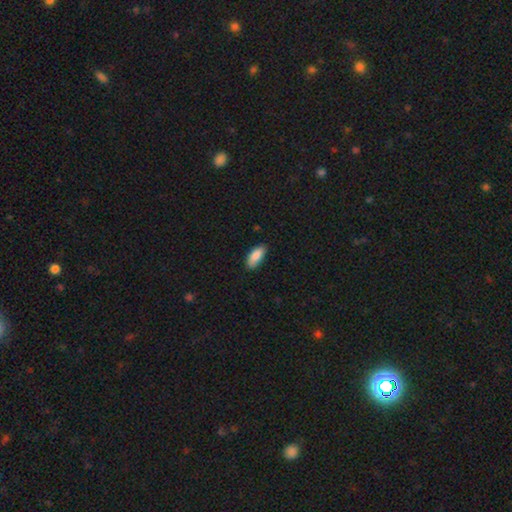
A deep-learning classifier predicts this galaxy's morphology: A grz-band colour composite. It shows a smooth galaxy with no disk features (87%) that is in between round and cigar-shaped (84%). Merging: none (81%).